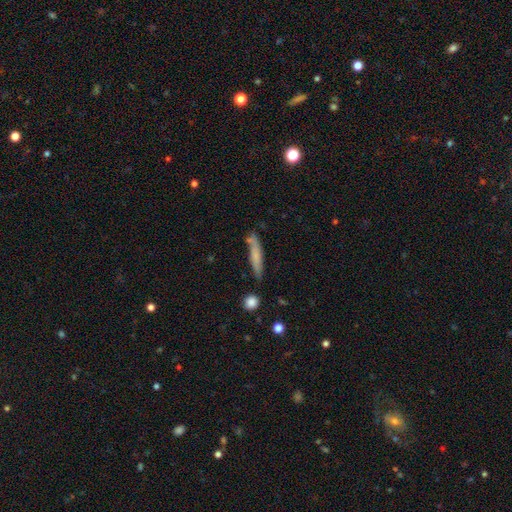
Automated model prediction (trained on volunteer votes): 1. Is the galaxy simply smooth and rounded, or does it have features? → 64% smooth, 29% featured or disk, 7% star or artifact.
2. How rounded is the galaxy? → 89% cigar-shaped, 9% in between, 2% round.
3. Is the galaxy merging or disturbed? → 71% none, 18% minor disturbance, 7% merger, 4% major disturbance.